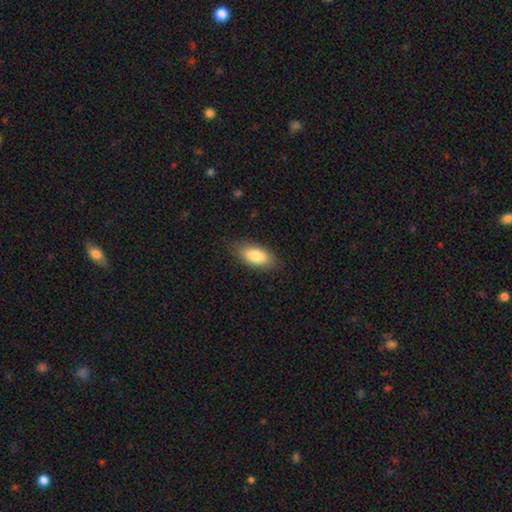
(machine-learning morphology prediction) The model was most divided on "smooth or featured": smooth: 83%, featured or disk: 11%, star or artifact: 6%. More confident: how rounded — in between (89%); merging — none (84%).